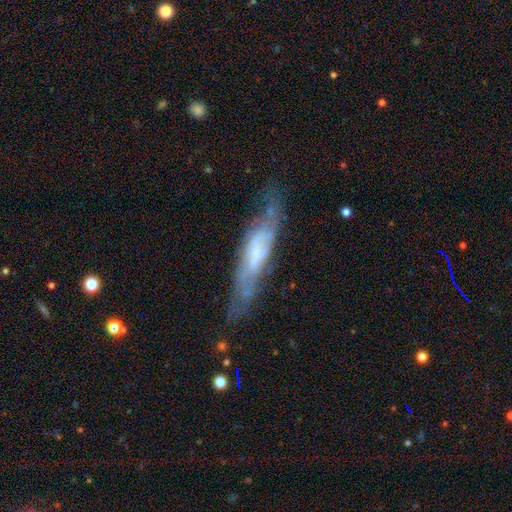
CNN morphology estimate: A featured or disk galaxy (61%) viewed edge-on (54%). Merging: none (59%).